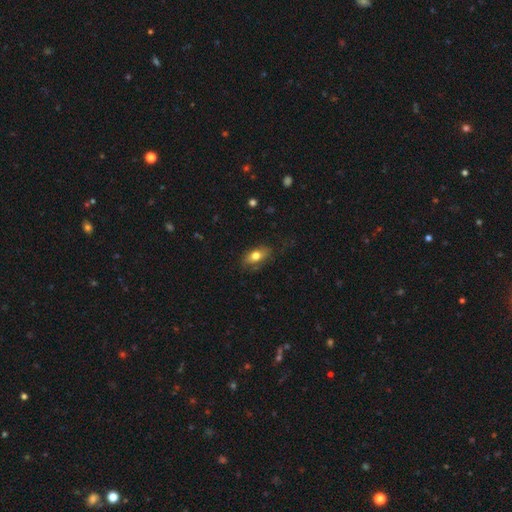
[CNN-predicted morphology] smooth_or_featured: smooth (p=0.72) [alt: featured or disk p=0.21]
how_rounded: in between (p=0.85) [alt: cigar-shaped p=0.08]
merging: none (p=0.69) [alt: minor disturbance p=0.22]